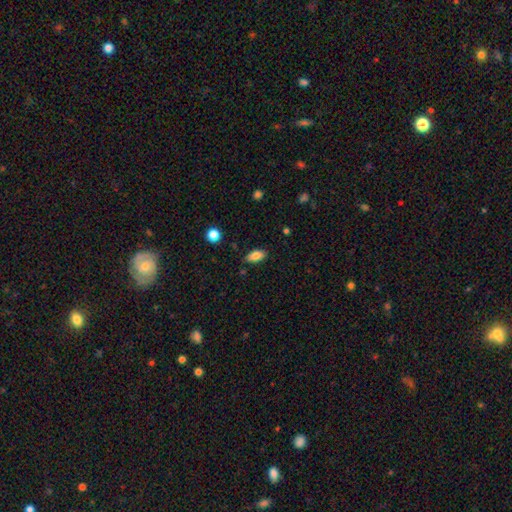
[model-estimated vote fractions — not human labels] Smooth or featured? Predicted: smooth (p=0.85). How rounded? Predicted: in between (p=0.89). Merging? Predicted: none (p=0.85).